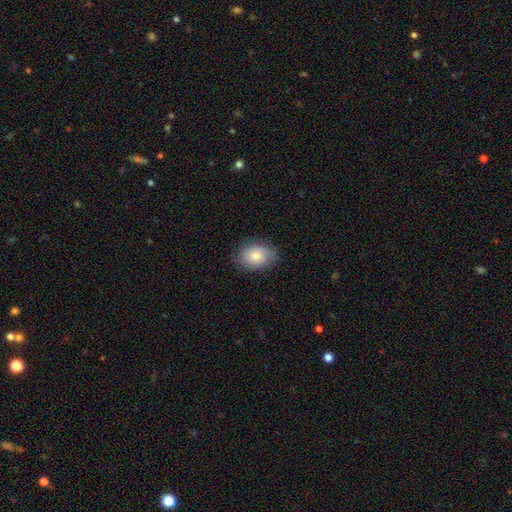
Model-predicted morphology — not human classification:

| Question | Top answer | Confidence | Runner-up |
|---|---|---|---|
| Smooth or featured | smooth | 76% | featured or disk (16%) |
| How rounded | in between | 72% | round (27%) |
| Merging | none | 78% | minor disturbance (17%) |